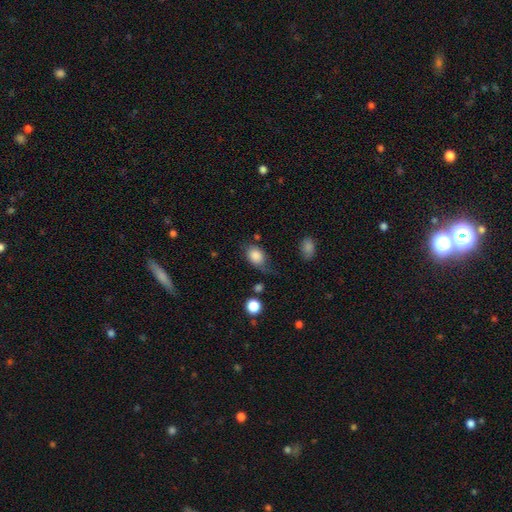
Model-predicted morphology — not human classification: A smooth galaxy with no disk features (84%) that is in between round and cigar-shaped (67%). Merging: none (51%).